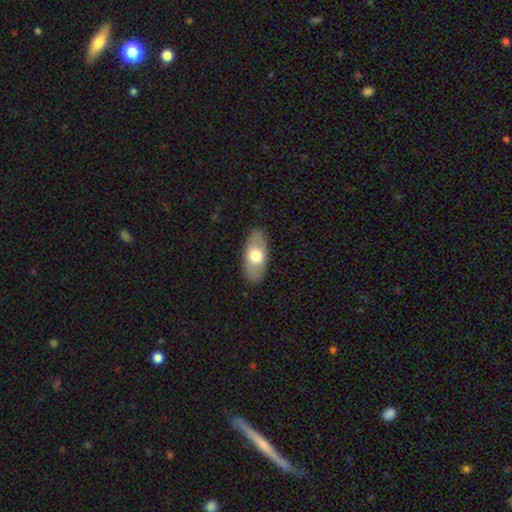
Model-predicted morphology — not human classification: Smooth or featured?
  - smooth: 62% *
  - featured or disk: 32%
  - star or artifact: 5%
How rounded?
  - in between: 90% *
  - cigar-shaped: 6%
  - round: 3%
Merging?
  - none: 87% *
  - minor disturbance: 10%
  - major disturbance: 3%
  - merger: 1%